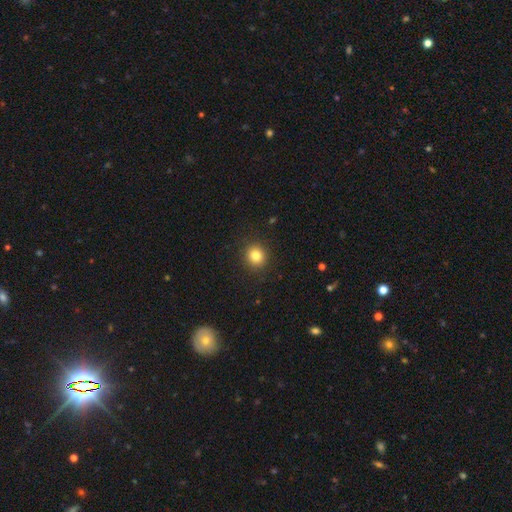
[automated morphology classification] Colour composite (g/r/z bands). It shows a smooth galaxy with no disk features (83%) that is round (87%). Merging: none (91%).